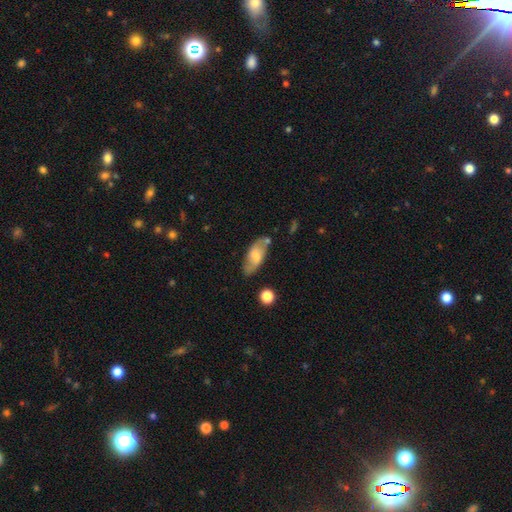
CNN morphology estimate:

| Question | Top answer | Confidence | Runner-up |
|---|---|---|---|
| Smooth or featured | smooth | 53% | featured or disk (40%) |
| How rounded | in between | 83% | cigar-shaped (13%) |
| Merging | none | 71% | minor disturbance (18%) |